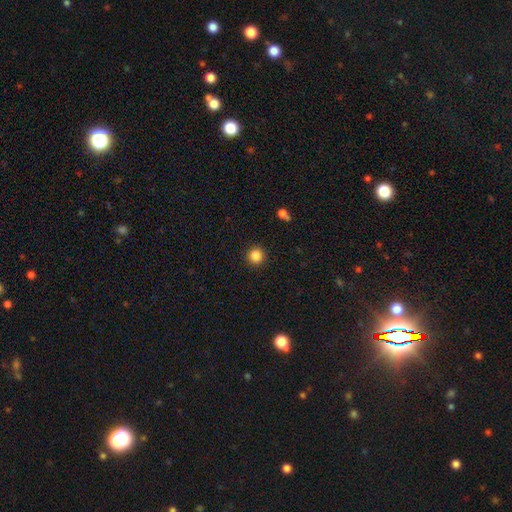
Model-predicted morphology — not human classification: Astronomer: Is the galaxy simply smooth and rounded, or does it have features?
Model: smooth — 86%.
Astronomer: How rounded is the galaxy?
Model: round — 95%.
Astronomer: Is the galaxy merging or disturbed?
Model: none — 92%.